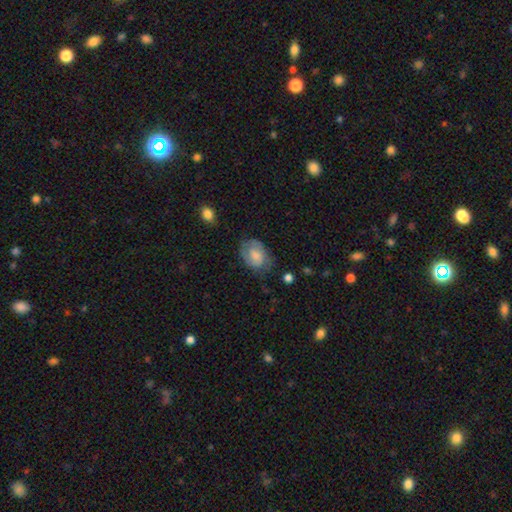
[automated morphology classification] Overall: smooth (61%; featured or disk 32%). How rounded: in between (71%). Merging: none (58%; minor disturbance 29%).